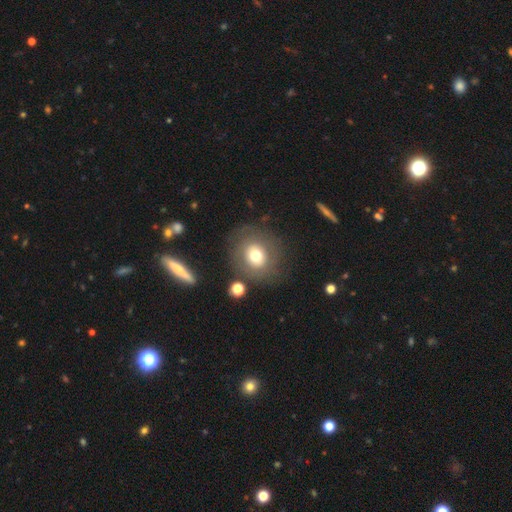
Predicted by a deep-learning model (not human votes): This appears to be a smooth galaxy with no disk features (62%) that is round (84%). Merging: none (76%).